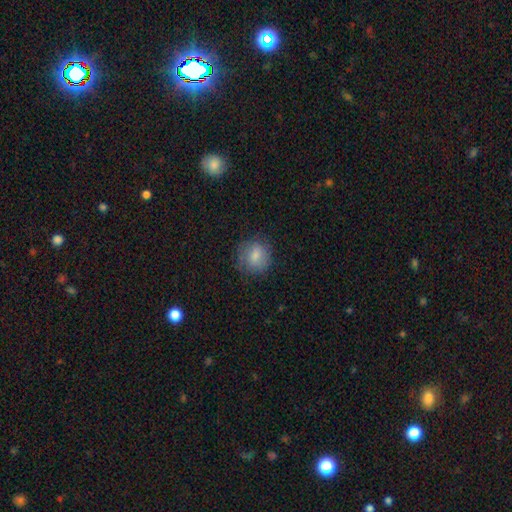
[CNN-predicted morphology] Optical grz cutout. It shows a smooth galaxy with no disk features (78%) that is round (80%). Merging: none (73%).